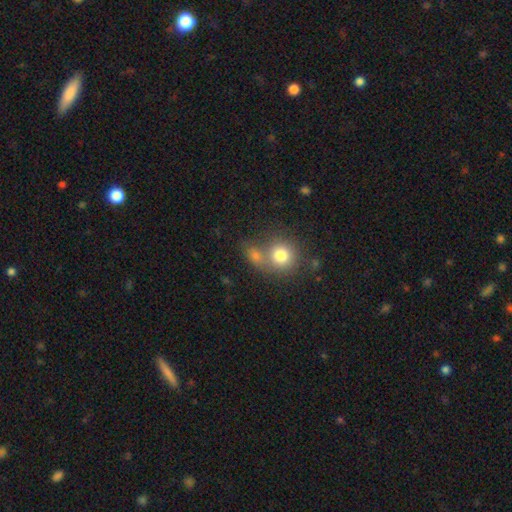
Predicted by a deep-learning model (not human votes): Smooth or featured: smooth — 75% (featured or disk — 12%)
How rounded: round — 71% (in between — 27%)
Merging: merger — 48% (none — 38%)